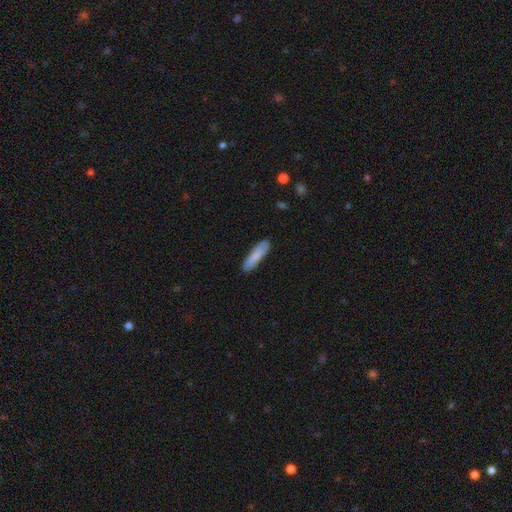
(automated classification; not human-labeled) smooth-or-featured: smooth: 80% | featured or disk: 14% | star or artifact: 6%
  how-rounded: cigar-shaped: 71% | in between: 27% | round: 1%
  merging: none: 85% | minor disturbance: 12% | major disturbance: 2% | merger: 1%